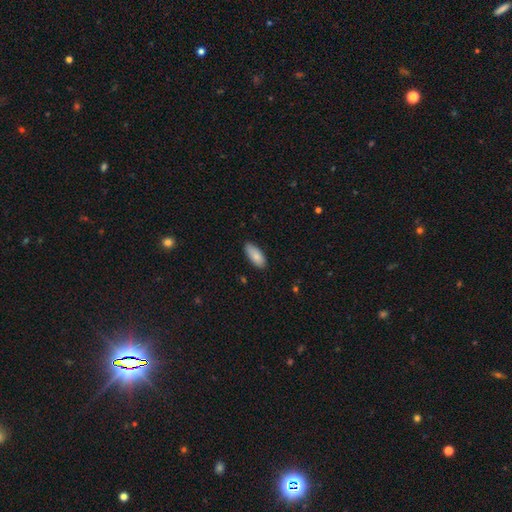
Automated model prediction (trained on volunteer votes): smooth_or_featured: smooth (p=0.86) [alt: featured or disk p=0.08]
how_rounded: in between (p=0.84) [alt: cigar-shaped p=0.14]
merging: none (p=0.84) [alt: minor disturbance p=0.13]